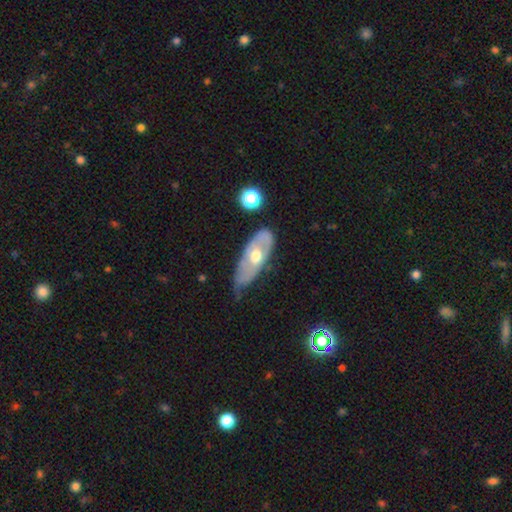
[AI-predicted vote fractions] Smooth or featured: featured or disk — 56% (smooth — 38%)
Edge-on disk: no — 78% (yes — 22%)
Merging: none — 41% (minor disturbance — 40%)